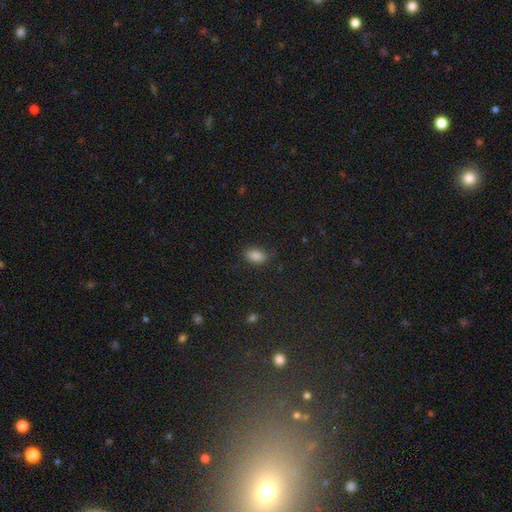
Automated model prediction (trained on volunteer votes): Smooth or featured? smooth (85%)
How rounded? in between (89%)
Merging? none (81%)